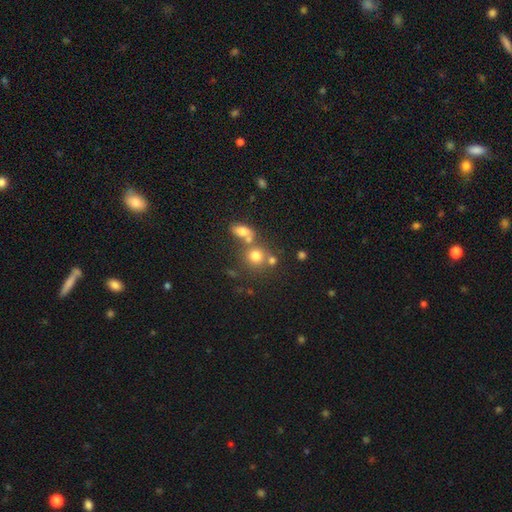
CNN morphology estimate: Smooth or featured?
  - smooth: 73% *
  - star or artifact: 15%
  - featured or disk: 12%
How rounded?
  - round: 81% *
  - in between: 17%
  - cigar-shaped: 1%
Merging?
  - none: 54% *
  - merger: 31%
  - minor disturbance: 10%
  - major disturbance: 5%